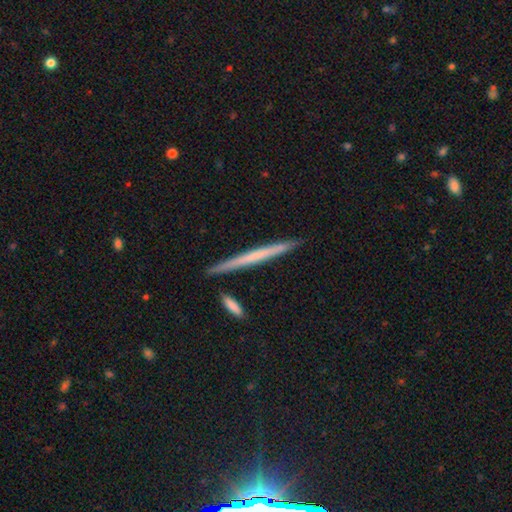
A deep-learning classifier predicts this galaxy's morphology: Smooth or featured?
  - smooth: 48% *
  - featured or disk: 47%
  - star or artifact: 5%
Merging?
  - none: 89% *
  - minor disturbance: 7%
  - merger: 3%
  - major disturbance: 1%